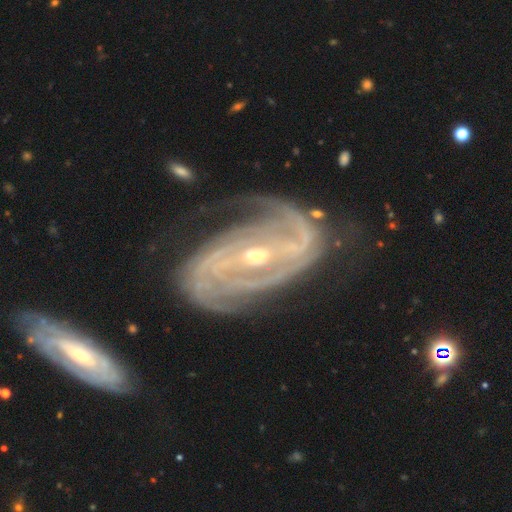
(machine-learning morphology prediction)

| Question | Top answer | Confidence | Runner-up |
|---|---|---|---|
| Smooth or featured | featured or disk | 92% | star or artifact (5%) |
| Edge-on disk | no | 95% | yes (5%) |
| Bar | strong | 53% | weak (33%) |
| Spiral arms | yes | 98% | no (2%) |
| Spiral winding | tight | 53% | medium (37%) |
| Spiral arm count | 2 | 44% | 3 (21%) |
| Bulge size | small | 51% | moderate (45%) |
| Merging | none | 59% | minor disturbance (22%) |